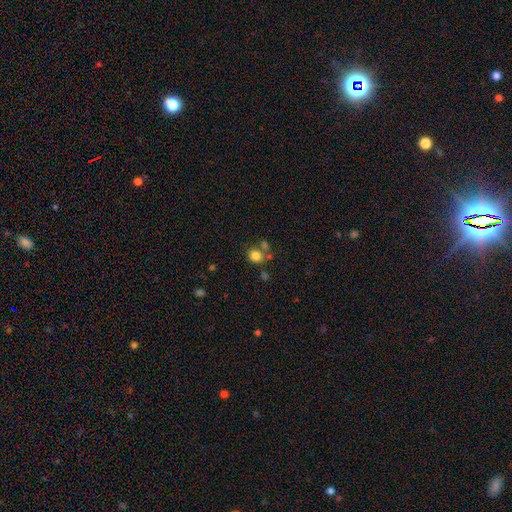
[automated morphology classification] This is clearly a smooth galaxy (81%). How rounded: likely round (74%). Merging: likely none (63%).